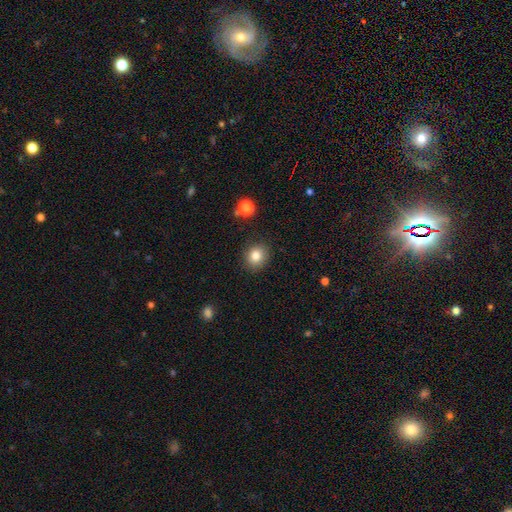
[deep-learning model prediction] This appears to be a smooth galaxy with no disk features (82%) that is round (81%). Merging: none (88%).